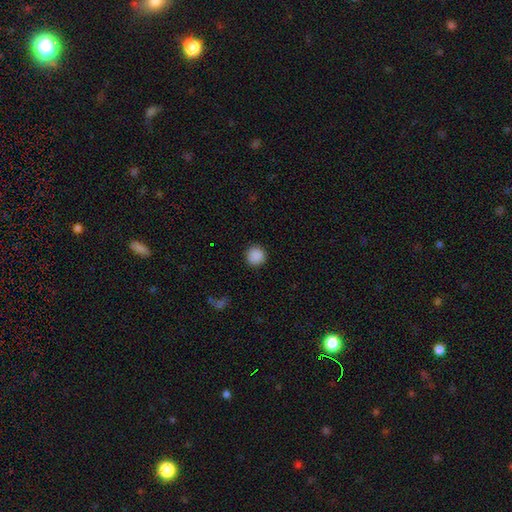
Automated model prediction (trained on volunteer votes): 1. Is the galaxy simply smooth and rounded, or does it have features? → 88% smooth, 9% star or artifact, 2% featured or disk.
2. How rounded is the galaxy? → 94% round, 5% in between, 1% cigar-shaped.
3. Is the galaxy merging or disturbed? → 91% none, 6% minor disturbance, 2% major disturbance, 1% merger.